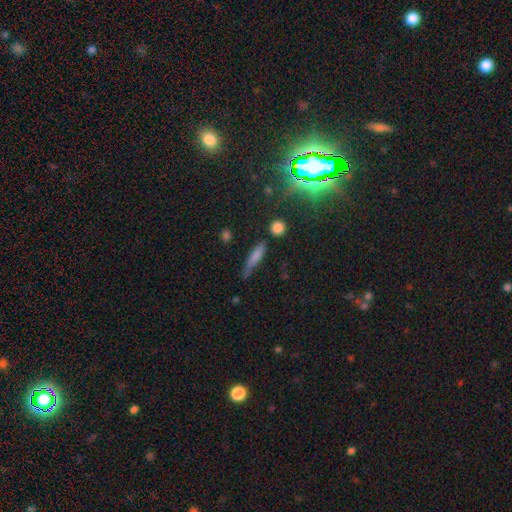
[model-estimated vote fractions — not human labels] smooth-or-featured: smooth: 58% | featured or disk: 23% | star or artifact: 19%
  how-rounded: cigar-shaped: 82% | in between: 14% | round: 4%
  merging: none: 62% | minor disturbance: 25% | major disturbance: 8% | merger: 6%